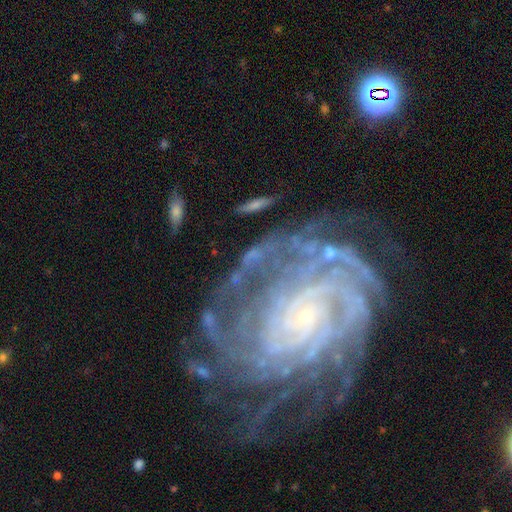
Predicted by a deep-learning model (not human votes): Smooth or featured? featured or disk (85%)
Edge-on disk? no (96%)
Bar? no (63%)
Spiral arms? yes (97%)
Spiral winding? tight (74%)
Spiral arm count? can't tell (22%)
Bulge size? small (84%)
Merging? none (66%)